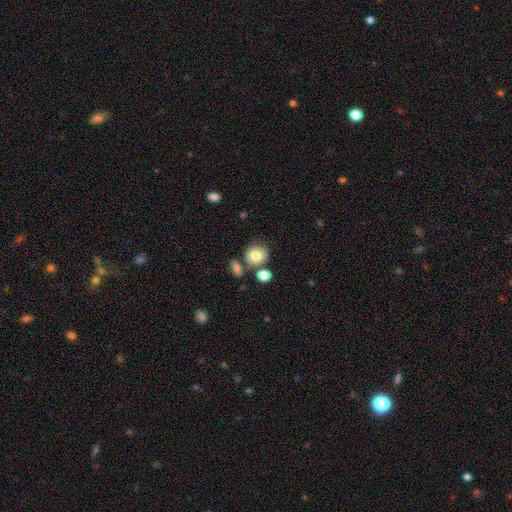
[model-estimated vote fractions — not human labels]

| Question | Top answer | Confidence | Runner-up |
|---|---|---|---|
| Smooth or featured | smooth | 76% | featured or disk (14%) |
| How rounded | round | 78% | in between (21%) |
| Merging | none | 66% | merger (16%) |